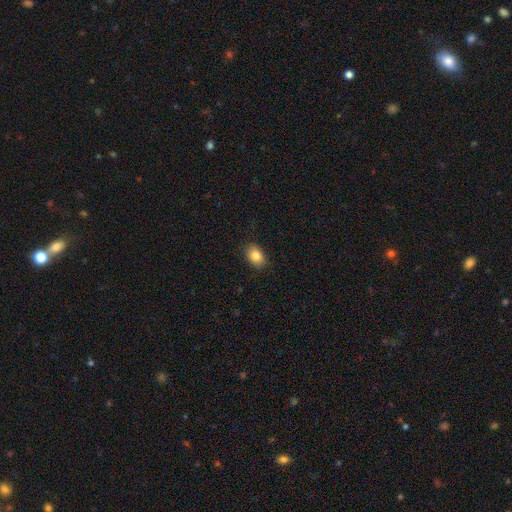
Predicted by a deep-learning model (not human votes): This is clearly a smooth galaxy (85%). How rounded: likely in between (78%). Merging: clearly none (87%).